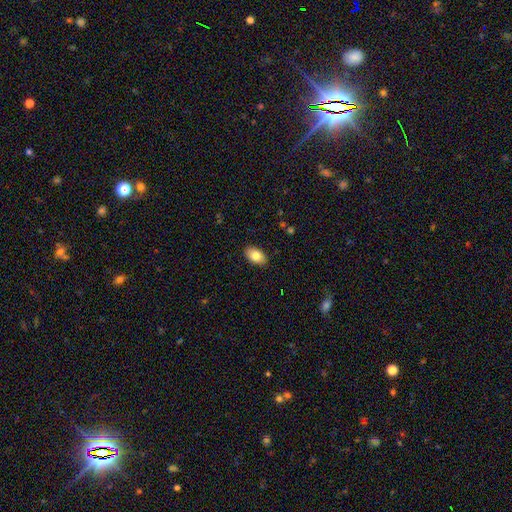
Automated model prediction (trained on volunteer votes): smooth-or-featured: smooth: 81% | featured or disk: 12% | star or artifact: 7%
  how-rounded: in between: 91% | round: 8% | cigar-shaped: 1%
  merging: none: 88% | minor disturbance: 9% | major disturbance: 2% | merger: 1%